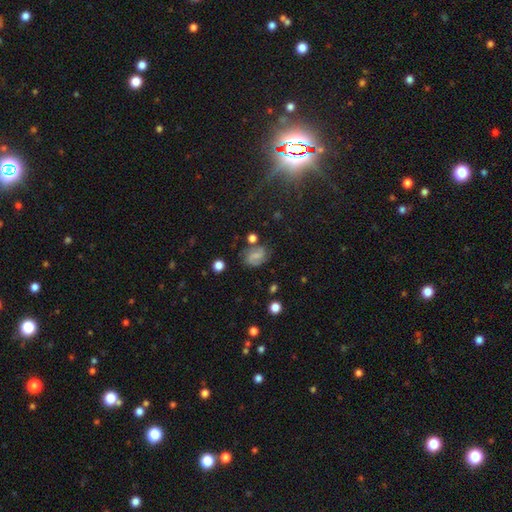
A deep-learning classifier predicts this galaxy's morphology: type=featured or disk (48%); merging=none (67%).